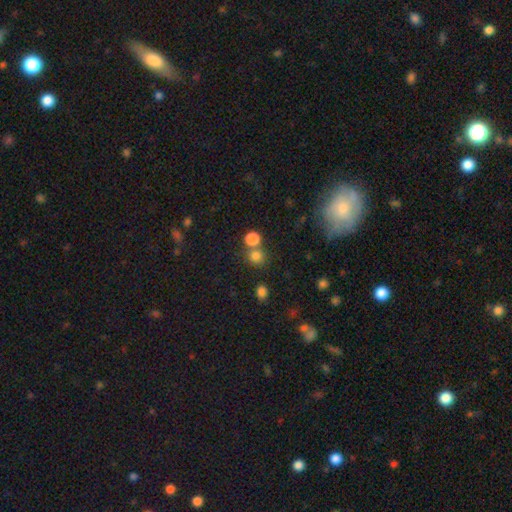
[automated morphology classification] Overall: smooth (78%). How rounded: round (86%). Merging: none (63%; merger 26%).